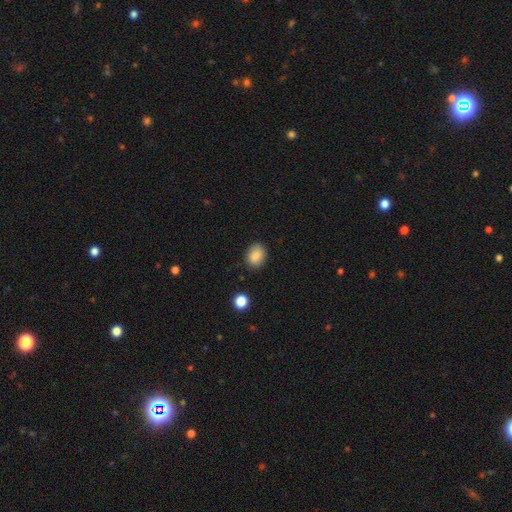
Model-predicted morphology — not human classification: smooth 87%, star or artifact 8%, featured or disk 4%. Down the decision tree: how rounded — in between (65%); merging — none (85%).